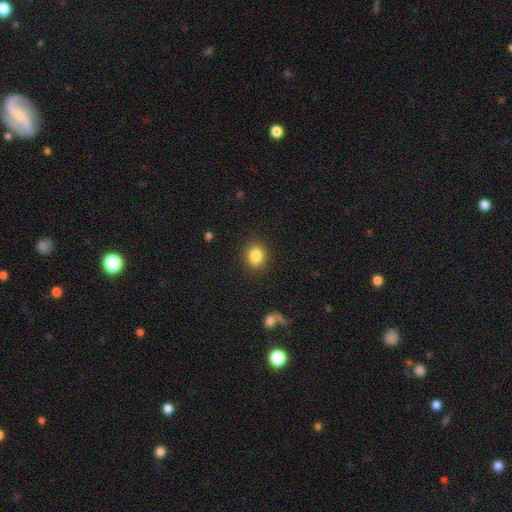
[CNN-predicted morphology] A smooth galaxy with no disk features (85%) that is round (74%). Merging: none (89%).